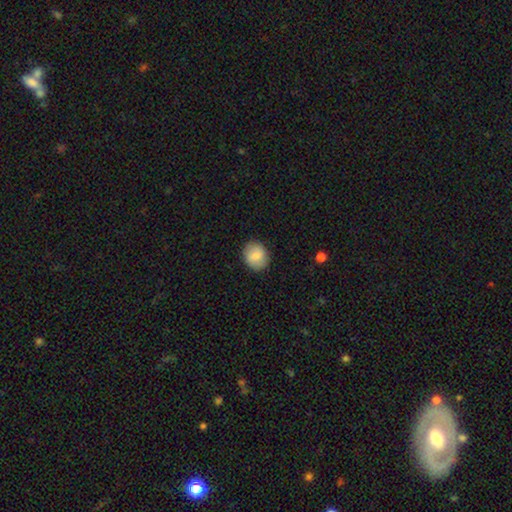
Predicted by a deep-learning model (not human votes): Smooth or featured? Predicted: smooth (p=0.83). How rounded? Predicted: round (p=0.74). Merging? Predicted: none (p=0.87).